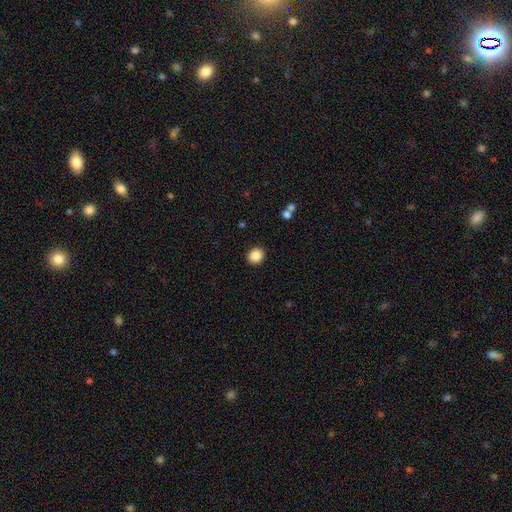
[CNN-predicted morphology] The model was most divided on "how rounded": round: 84%, in between: 15%, cigar-shaped: 1%. More confident: merging — none (91%); smooth or featured — smooth (87%).